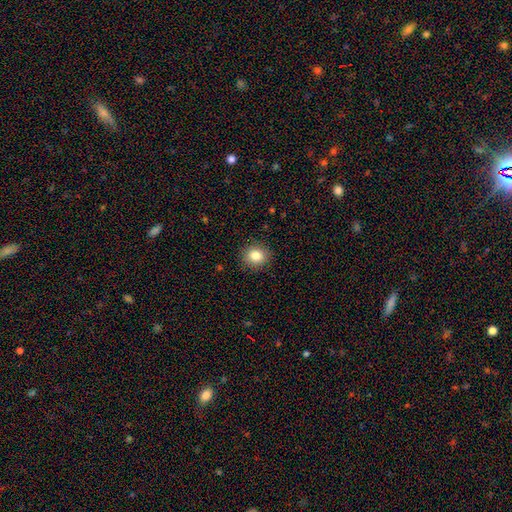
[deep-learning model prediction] The model was most divided on "how rounded": round: 83%, in between: 16%, cigar-shaped: 1%. More confident: merging — none (90%); smooth or featured — smooth (83%).